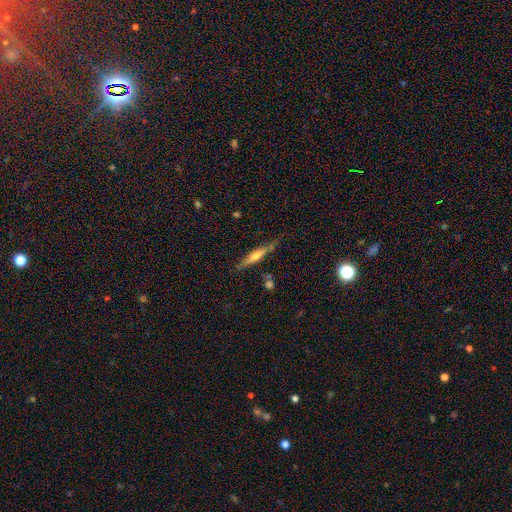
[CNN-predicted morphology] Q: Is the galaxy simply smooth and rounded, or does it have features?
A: featured or disk — 56%.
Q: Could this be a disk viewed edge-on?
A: yes — 94%.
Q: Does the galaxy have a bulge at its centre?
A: rounded — 74%.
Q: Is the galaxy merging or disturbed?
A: none — 69%.